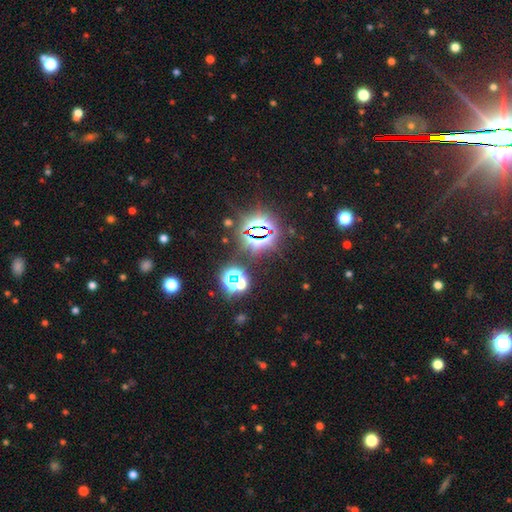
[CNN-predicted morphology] This is clearly a star or artifact rather than a galaxy (84%).